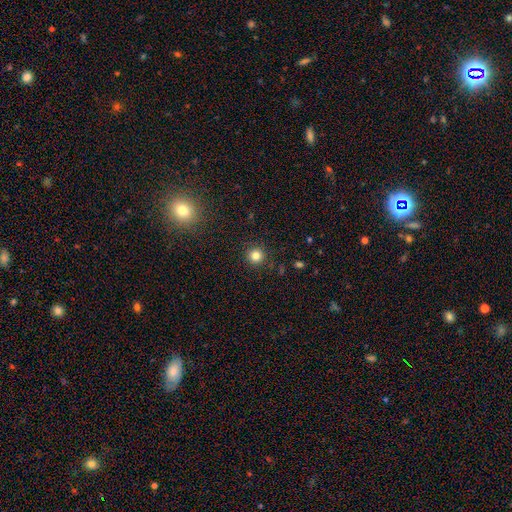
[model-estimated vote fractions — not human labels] smooth-or-featured: smooth: 82% | star or artifact: 13% | featured or disk: 5%
  how-rounded: round: 95% | in between: 4% | cigar-shaped: 1%
  merging: none: 91% | minor disturbance: 6% | major disturbance: 2% | merger: 1%